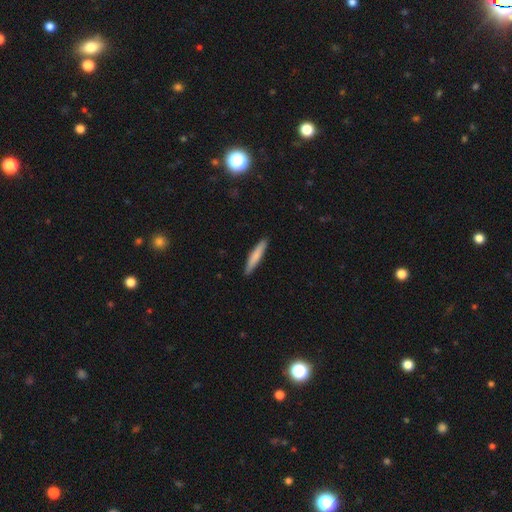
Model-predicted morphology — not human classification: This appears to be a smooth galaxy with no disk features (77%) that is cigar-shaped (92%). Merging: none (91%).